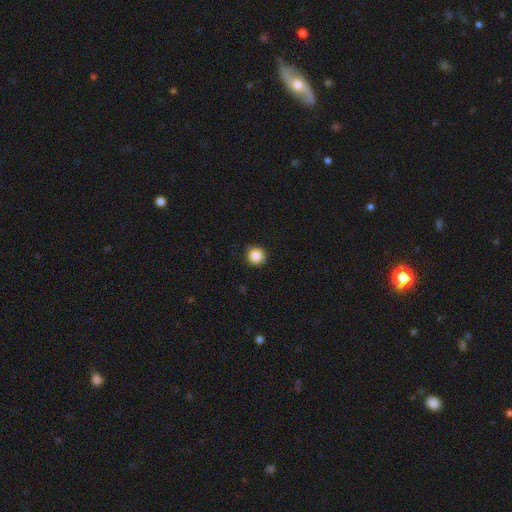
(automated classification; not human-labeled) A smooth galaxy with no disk features (87%) that is round (94%).

Vote fractions:
- Smooth or featured? smooth: 87% / star or artifact: 10% / featured or disk: 3%
- How rounded? round: 94% / in between: 5% / cigar-shaped: 1%
- Merging? none: 91% / minor disturbance: 7% / major disturbance: 2% / merger: 1%